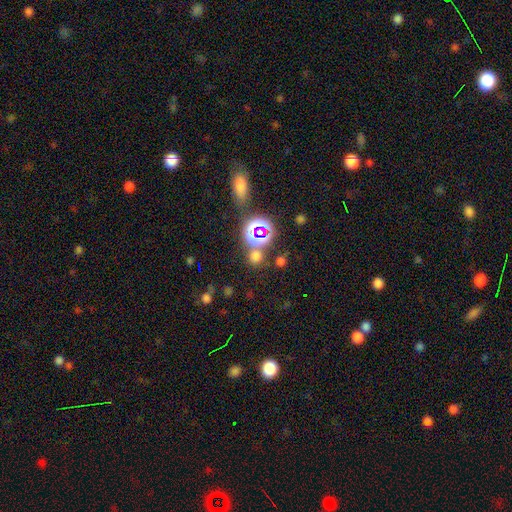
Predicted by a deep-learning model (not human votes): A smooth galaxy with no disk features (56%) that is round (85%).

Vote fractions:
- Smooth or featured? smooth: 56% / star or artifact: 38% / featured or disk: 6%
- How rounded? round: 85% / in between: 13% / cigar-shaped: 1%
- Merging? none: 74% / merger: 13% / minor disturbance: 8% / major disturbance: 4%